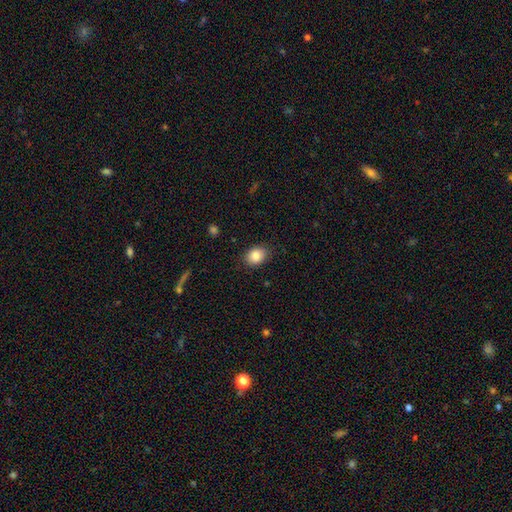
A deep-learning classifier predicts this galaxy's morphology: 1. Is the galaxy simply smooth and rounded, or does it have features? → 86% smooth, 8% star or artifact, 6% featured or disk.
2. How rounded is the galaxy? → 62% in between, 37% round, 1% cigar-shaped.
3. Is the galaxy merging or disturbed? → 84% none, 12% minor disturbance, 3% major disturbance, 1% merger.